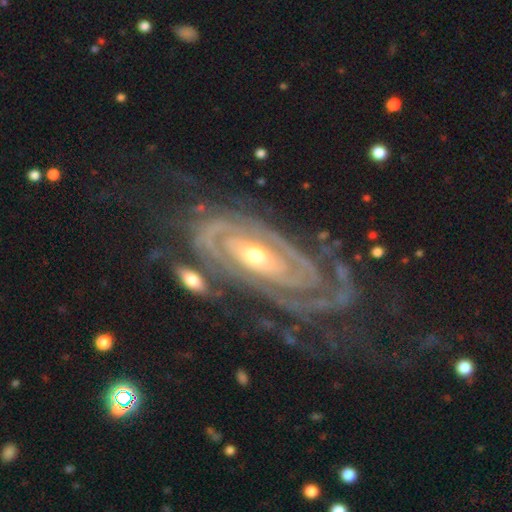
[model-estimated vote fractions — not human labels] Overall: featured or disk (91%). Edge-on disk: no (94%). Bar: no (56%; weak 25%). Spiral arms: yes (97%). Spiral arm count: 2 (37%; can't tell 24%). Spiral winding: tight (79%). Bulge size: moderate (50%; small 45%). Merging: none (61%).